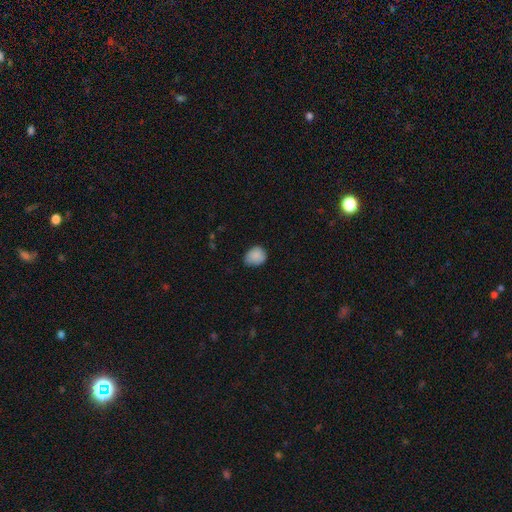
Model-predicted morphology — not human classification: type=smooth (87%); roundness=round (58%); merging=none (66%).